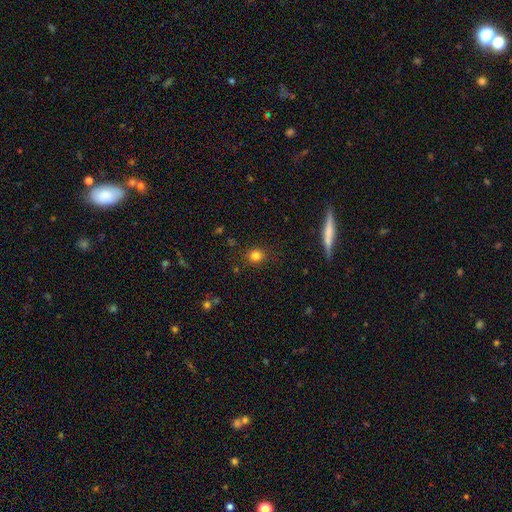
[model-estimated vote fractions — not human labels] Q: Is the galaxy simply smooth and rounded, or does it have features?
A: smooth — 81%.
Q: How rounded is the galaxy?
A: round — 80%.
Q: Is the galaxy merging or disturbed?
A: none — 87%.